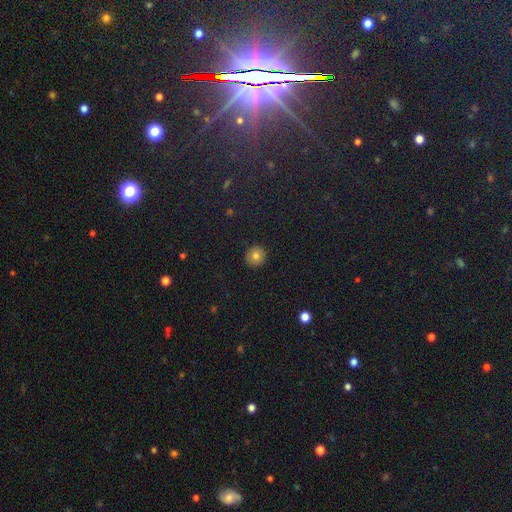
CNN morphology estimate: This is likely a smooth galaxy (79%). How rounded: clearly round (94%). Merging: clearly none (92%).